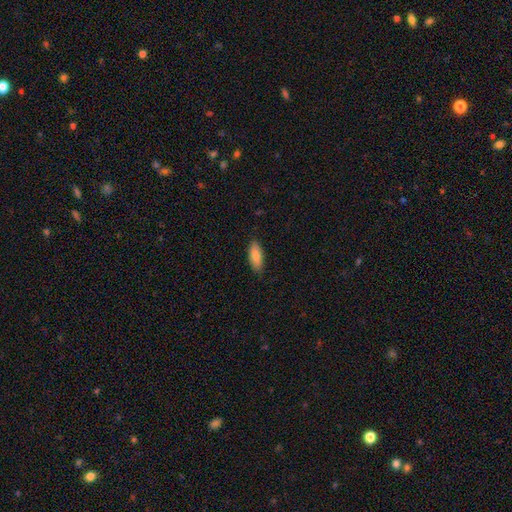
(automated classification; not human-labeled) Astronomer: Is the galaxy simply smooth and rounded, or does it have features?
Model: smooth — 85%.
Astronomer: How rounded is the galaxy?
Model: in between — 73%.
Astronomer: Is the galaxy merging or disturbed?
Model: none — 86%.